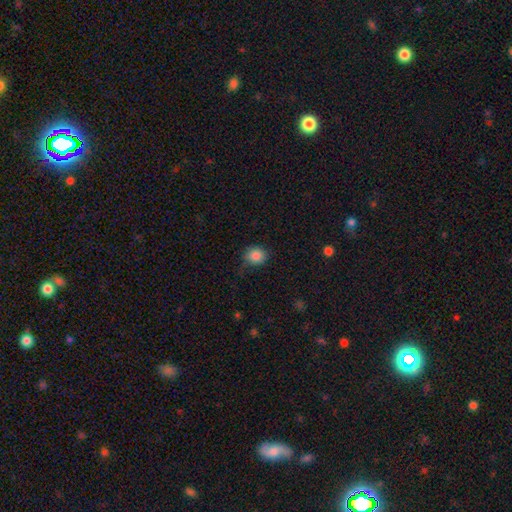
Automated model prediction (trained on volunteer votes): This appears to be a smooth galaxy with no disk features (87%) that is round (76%). Merging: none (73%).